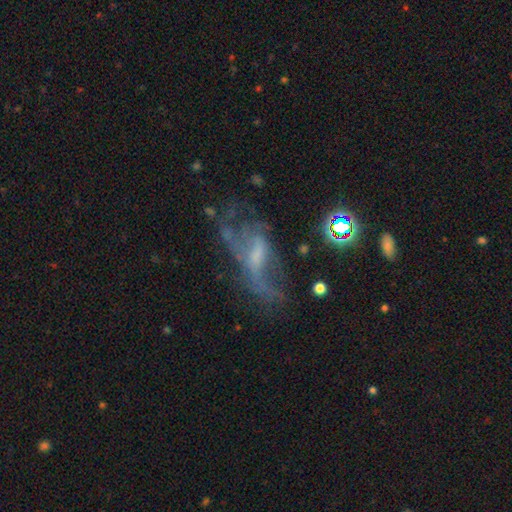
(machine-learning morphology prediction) Smooth or featured?
  - featured or disk: 65% *
  - smooth: 19%
  - star or artifact: 16%
Edge-on disk?
  - no: 88% *
  - yes: 12%
Bar?
  - no: 47% *
  - weak: 39%
  - strong: 15%
Spiral arms?
  - yes: 54% *
  - no: 46%
Bulge size?
  - small: 41% *
  - none: 28%
  - moderate: 26%
  - large: 4%
  - dominant: 1%
Merging?
  - none: 38% *
  - major disturbance: 37%
  - minor disturbance: 19%
  - merger: 6%